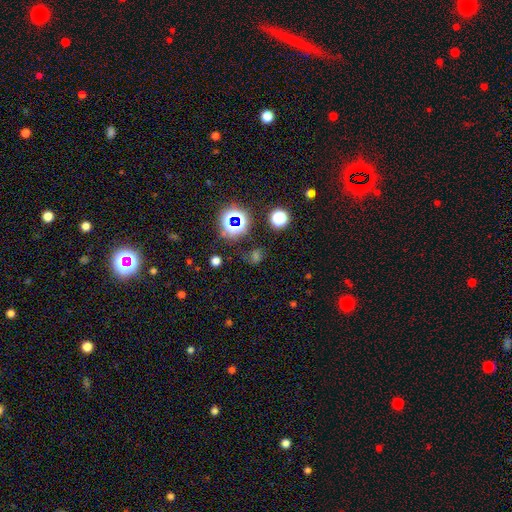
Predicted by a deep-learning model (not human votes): A star or artifact, not a galaxy (57%).